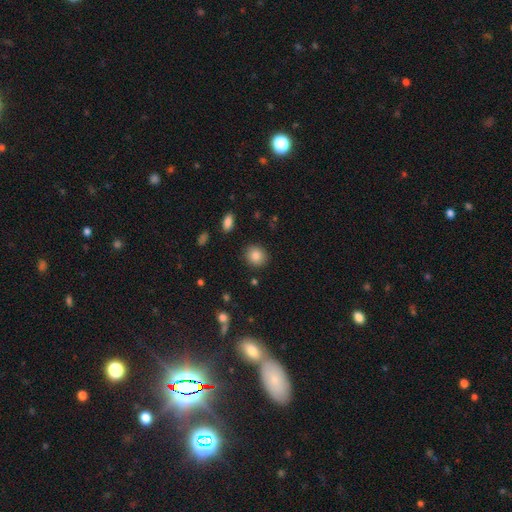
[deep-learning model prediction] The model was most divided on "how rounded": round: 79%, in between: 20%, cigar-shaped: 1%. More confident: merging — none (89%); smooth or featured — smooth (85%).